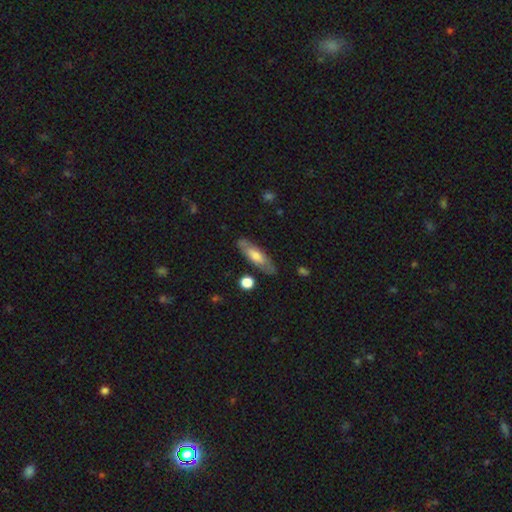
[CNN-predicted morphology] smooth 53%, featured or disk 41%, star or artifact 6%. Down the decision tree: how rounded — in between (52%); merging — none (79%).